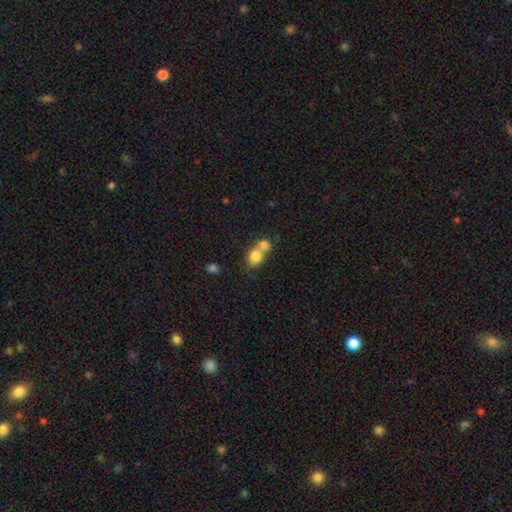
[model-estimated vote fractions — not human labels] smooth-or-featured: smooth: 80% | featured or disk: 11% | star or artifact: 9%
  how-rounded: round: 60% | in between: 39% | cigar-shaped: 1%
  merging: merger: 64% | none: 27% | minor disturbance: 6% | major disturbance: 3%